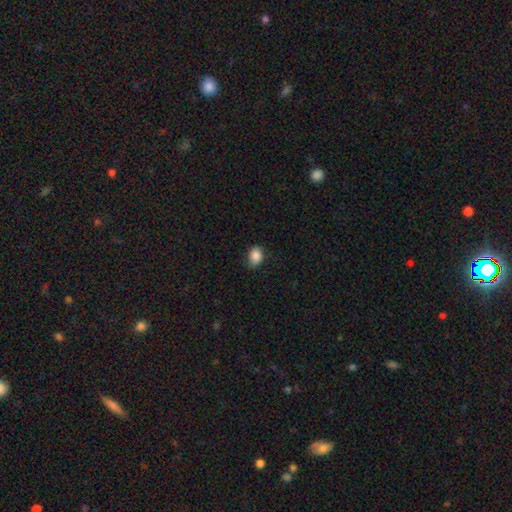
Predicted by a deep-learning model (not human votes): Morphology: type=smooth (87%); roundness=in between (75%); merging=none (78%).